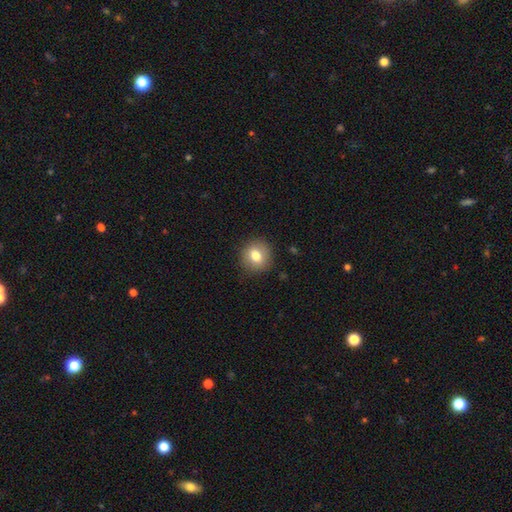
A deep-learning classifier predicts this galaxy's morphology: Smooth or featured? Predicted: smooth (p=0.77). How rounded? Predicted: round (p=0.84). Merging? Predicted: none (p=0.87).